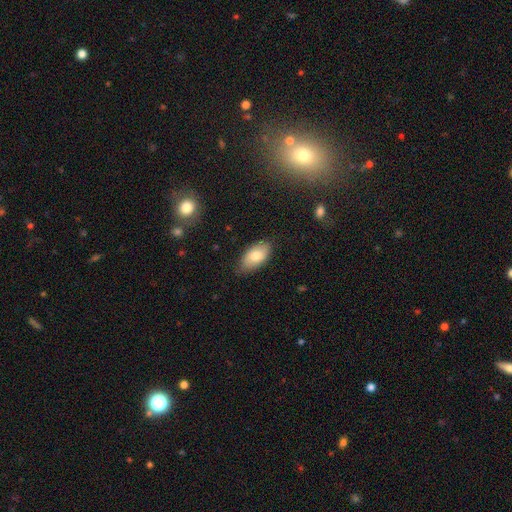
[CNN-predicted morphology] smooth-or-featured: smooth: 79% | featured or disk: 15% | star or artifact: 6%
  how-rounded: in between: 94% | cigar-shaped: 3% | round: 3%
  merging: none: 79% | minor disturbance: 17% | major disturbance: 3% | merger: 1%